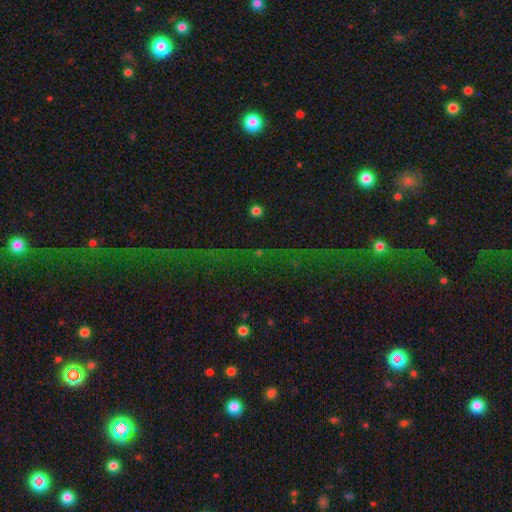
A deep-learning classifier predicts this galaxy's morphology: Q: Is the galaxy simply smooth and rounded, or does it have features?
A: star or artifact — 73%.